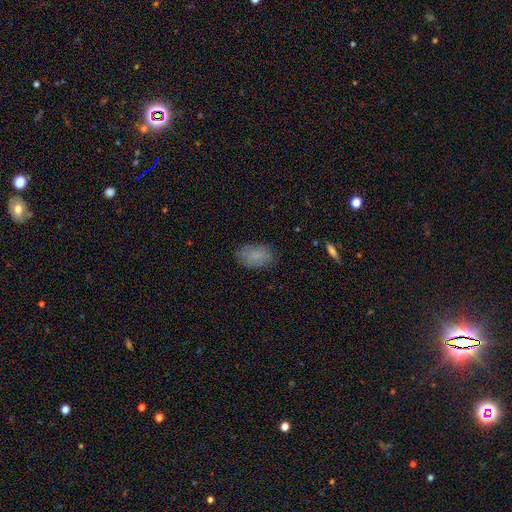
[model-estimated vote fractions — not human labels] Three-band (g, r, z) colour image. It shows a smooth galaxy with no disk features (78%) that is in between round and cigar-shaped (91%). Merging: none (81%).